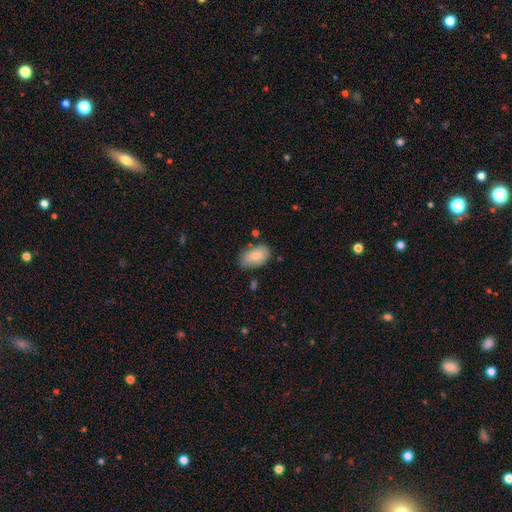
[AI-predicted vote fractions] Smooth or featured?
  - smooth: 79% *
  - featured or disk: 14%
  - star or artifact: 7%
How rounded?
  - in between: 91% *
  - round: 7%
  - cigar-shaped: 1%
Merging?
  - none: 73% *
  - minor disturbance: 20%
  - major disturbance: 4%
  - merger: 4%